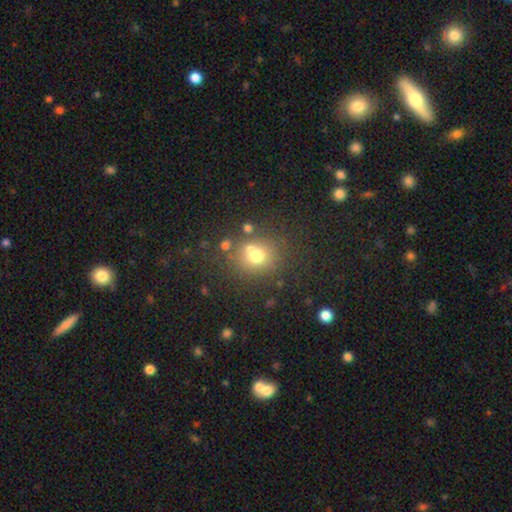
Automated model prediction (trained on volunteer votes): Smooth or featured? Predicted: smooth (p=0.66). How rounded? Predicted: round (p=0.79). Merging? Predicted: none (p=0.58).